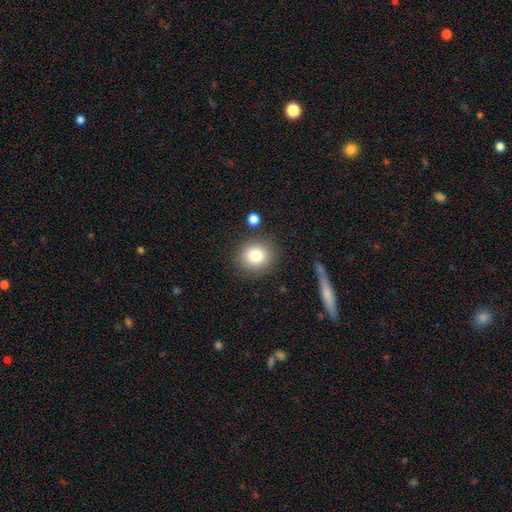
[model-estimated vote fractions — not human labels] Smooth or featured: smooth — 83% (star or artifact — 10%)
How rounded: round — 83% (in between — 16%)
Merging: none — 84% (minor disturbance — 9%)